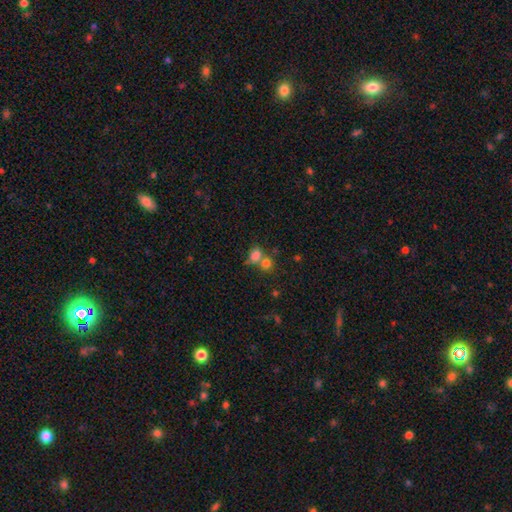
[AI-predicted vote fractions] smooth-or-featured: smooth: 78% | star or artifact: 12% | featured or disk: 9%
  how-rounded: in between: 62% | round: 36% | cigar-shaped: 2%
  merging: merger: 50% | none: 35% | minor disturbance: 10% | major disturbance: 6%